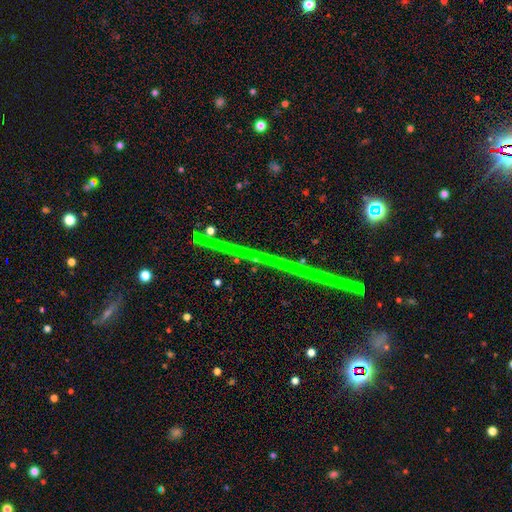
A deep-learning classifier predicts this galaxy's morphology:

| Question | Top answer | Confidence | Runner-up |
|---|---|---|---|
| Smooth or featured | star or artifact | 66% | featured or disk (23%) |